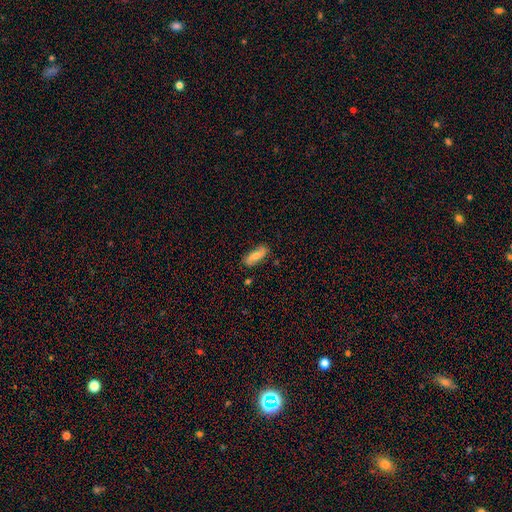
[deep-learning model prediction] A smooth galaxy with no disk features (59%) that is in between round and cigar-shaped (69%). Merging: none (80%).